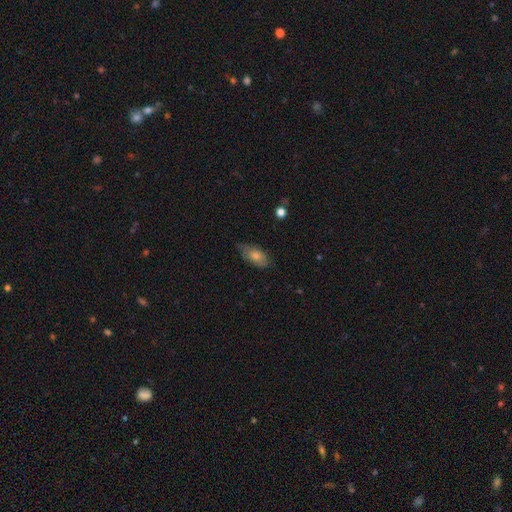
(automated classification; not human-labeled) A smooth galaxy with no disk features (65%) that is in between round and cigar-shaped (87%). Merging: none (69%).